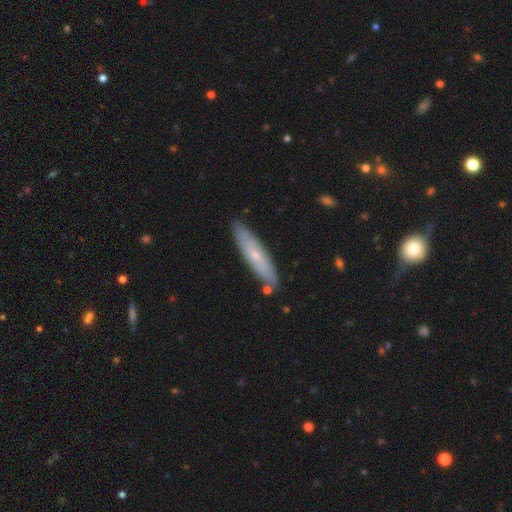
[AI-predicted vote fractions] smooth-or-featured: smooth: 52% | featured or disk: 42% | star or artifact: 6%
  how-rounded: cigar-shaped: 81% | in between: 18% | round: 2%
  merging: none: 85% | minor disturbance: 11% | merger: 2% | major disturbance: 2%